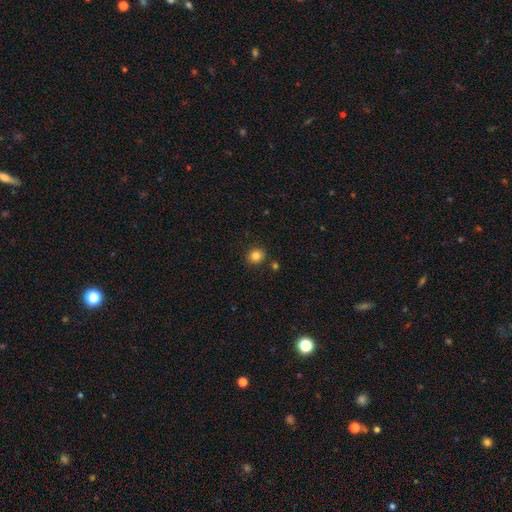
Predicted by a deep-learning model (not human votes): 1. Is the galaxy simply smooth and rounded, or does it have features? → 83% smooth, 11% star or artifact, 6% featured or disk.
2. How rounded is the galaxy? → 77% round, 22% in between, 1% cigar-shaped.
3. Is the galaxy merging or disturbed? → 87% none, 8% minor disturbance, 3% merger, 2% major disturbance.